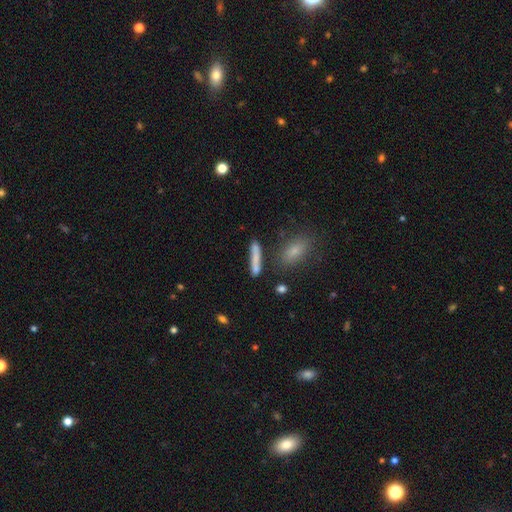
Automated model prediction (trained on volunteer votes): Smooth or featured?
  - smooth: 74% *
  - featured or disk: 17%
  - star or artifact: 9%
How rounded?
  - cigar-shaped: 84% *
  - in between: 13%
  - round: 3%
Merging?
  - none: 62% *
  - minor disturbance: 17%
  - merger: 14%
  - major disturbance: 7%